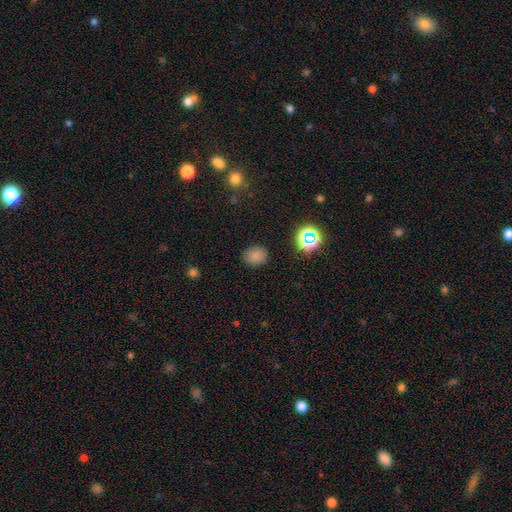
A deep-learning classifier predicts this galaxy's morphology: A smooth galaxy with no disk features (79%) that is round (64%).

Vote fractions:
- Smooth or featured? smooth: 79% / star or artifact: 17% / featured or disk: 5%
- How rounded? round: 64% / in between: 35% / cigar-shaped: 1%
- Merging? none: 87% / minor disturbance: 9% / major disturbance: 3% / merger: 1%